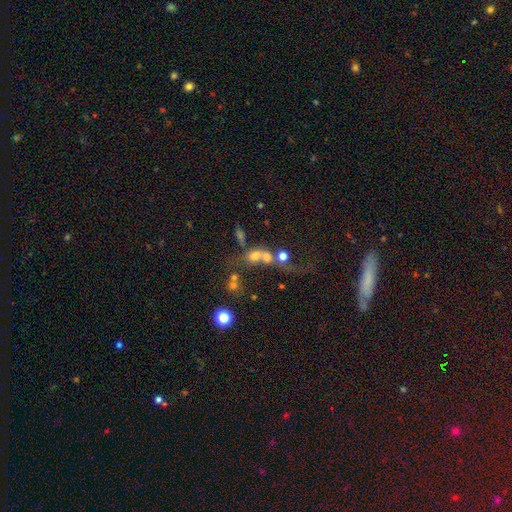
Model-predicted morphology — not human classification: The model was most divided on "how rounded": round: 58%, in between: 38%, cigar-shaped: 4%. More confident: merging — merger (59%); smooth or featured — smooth (57%).